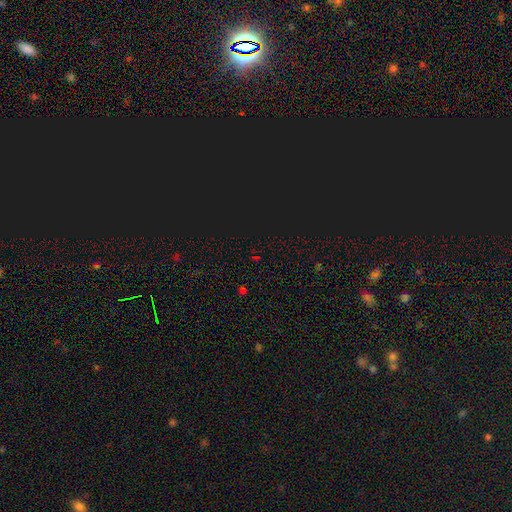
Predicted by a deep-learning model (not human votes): The model was most divided on "smooth or featured": star or artifact: 73%, smooth: 20%, featured or disk: 7%.